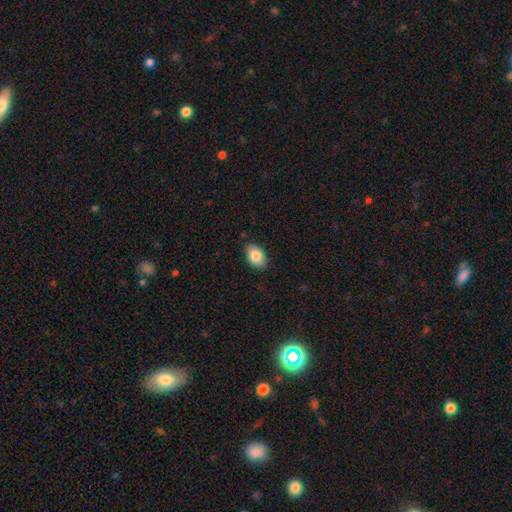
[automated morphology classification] The model was most divided on "smooth or featured": smooth: 84%, featured or disk: 9%, star or artifact: 7%. More confident: how rounded — in between (88%); merging — none (87%).